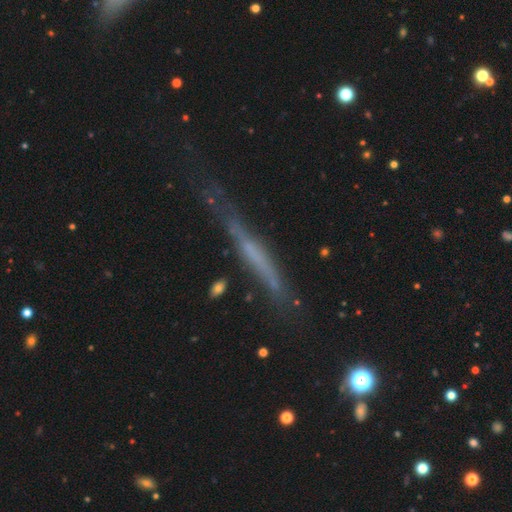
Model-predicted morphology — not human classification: Q: Smooth or featured?
A: featured or disk (55%); runner-up: smooth (34%)
Q: Edge-on disk?
A: yes (90%); runner-up: no (10%)
Q: Merging?
A: none (59%); runner-up: minor disturbance (25%)